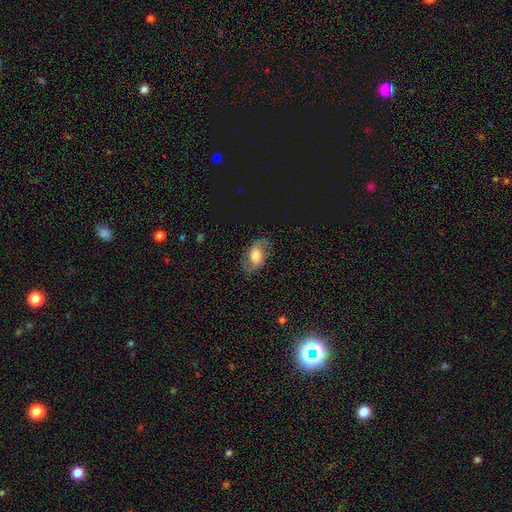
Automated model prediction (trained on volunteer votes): Smooth or featured? featured or disk (50%)
Merging? none (75%)